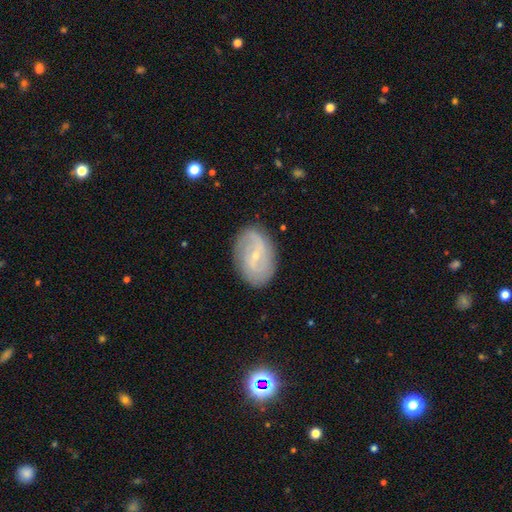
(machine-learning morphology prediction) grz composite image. It shows a featured or disk galaxy (78%) with a weak bar (49%), 2 (65%) medium (40%) spiral arms (89%) and a small central bulge (78%). Merging: none (81%).